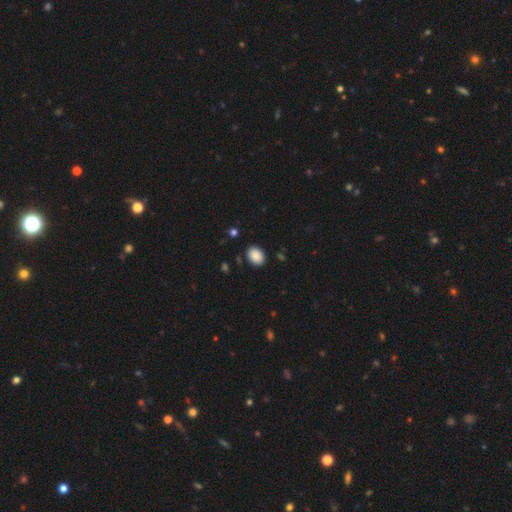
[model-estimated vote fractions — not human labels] Morphology: type=smooth (89%); roundness=in between (71%); merging=none (88%).